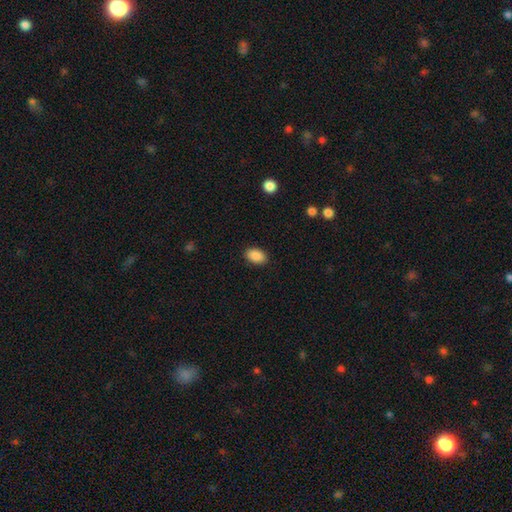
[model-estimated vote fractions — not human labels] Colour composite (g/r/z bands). It shows a smooth galaxy with no disk features (89%) that is in between round and cigar-shaped (89%). Merging: none (88%).